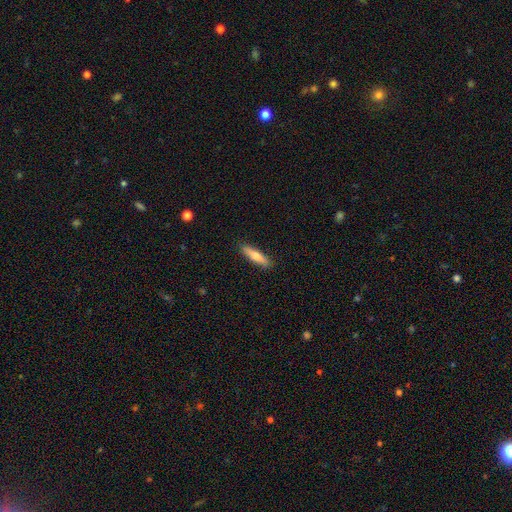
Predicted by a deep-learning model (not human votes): Overall: smooth (69%). How rounded: cigar-shaped (77%). Merging: none (89%).